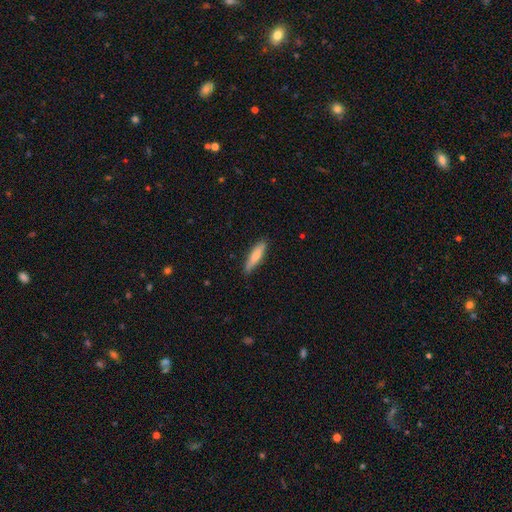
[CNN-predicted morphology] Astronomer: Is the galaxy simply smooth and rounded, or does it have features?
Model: smooth — 73%.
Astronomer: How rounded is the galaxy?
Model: cigar-shaped — 76%.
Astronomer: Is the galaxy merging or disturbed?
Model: none — 84%.